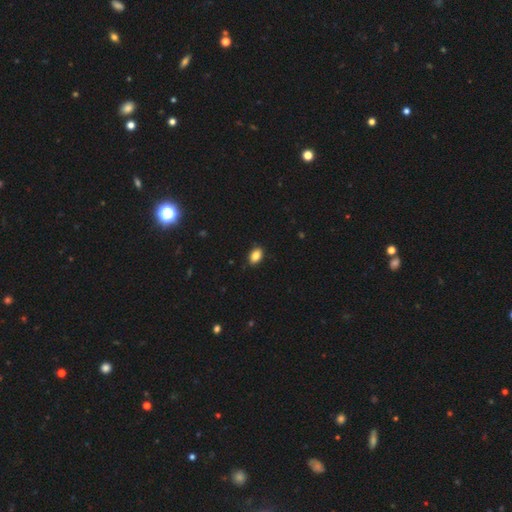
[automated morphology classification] Smooth or featured?
  - smooth: 86% *
  - star or artifact: 9%
  - featured or disk: 6%
How rounded?
  - in between: 87% *
  - round: 12%
  - cigar-shaped: 1%
Merging?
  - none: 87% *
  - minor disturbance: 10%
  - major disturbance: 2%
  - merger: 1%